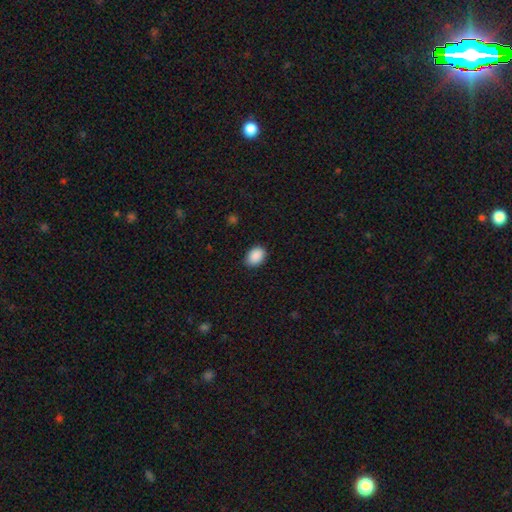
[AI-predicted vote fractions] Smooth or featured? smooth (90%)
How rounded? in between (78%)
Merging? none (85%)